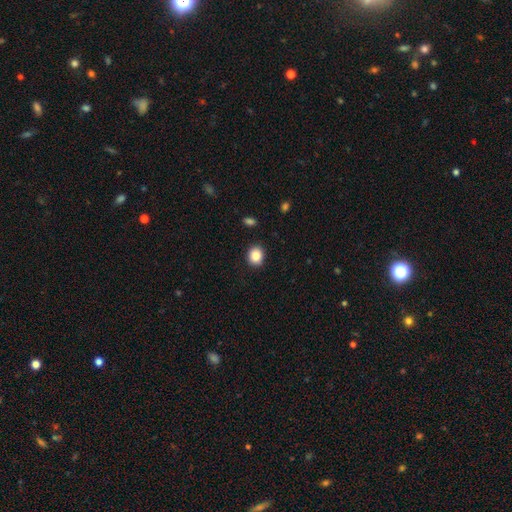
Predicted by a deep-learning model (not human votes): A smooth galaxy with no disk features (86%) that is round (70%).

Vote fractions:
- Smooth or featured? smooth: 86% / star or artifact: 9% / featured or disk: 5%
- How rounded? round: 70% / in between: 29% / cigar-shaped: 1%
- Merging? none: 90% / minor disturbance: 7% / major disturbance: 2% / merger: 1%